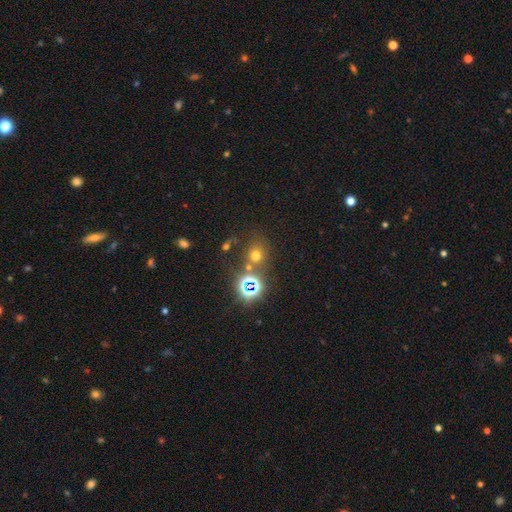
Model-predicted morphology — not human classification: A smooth galaxy with no disk features (59%) that is round (81%). Merging: none (71%).